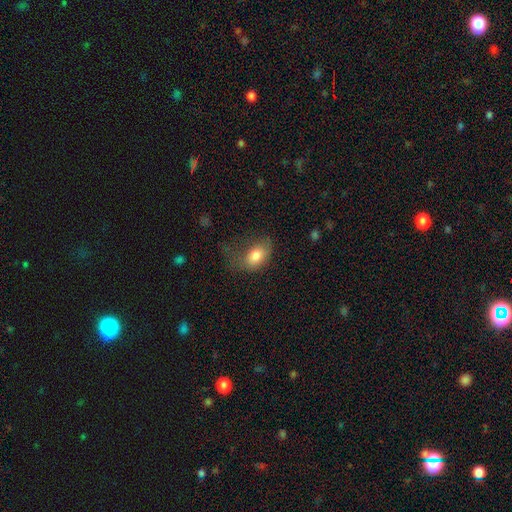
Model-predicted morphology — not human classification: A smooth galaxy with no disk features (80%) that is in between round and cigar-shaped (84%).

Vote fractions:
- Smooth or featured? smooth: 80% / featured or disk: 12% / star or artifact: 8%
- How rounded? in between: 84% / round: 15% / cigar-shaped: 2%
- Merging? major disturbance: 37% / none: 31% / minor disturbance: 29% / merger: 3%